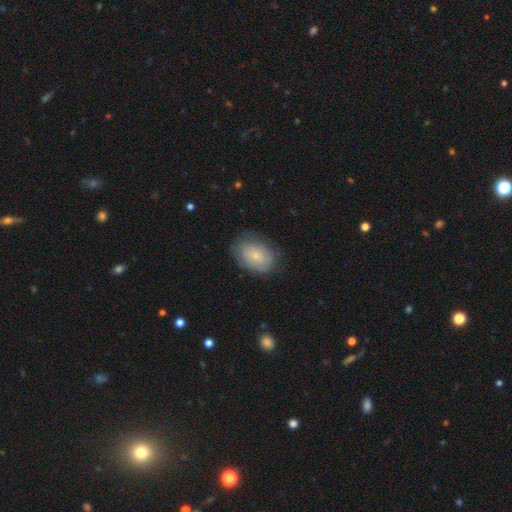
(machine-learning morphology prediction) Smooth or featured? Predicted: smooth (p=0.66). How rounded? Predicted: in between (p=0.79). Merging? Predicted: none (p=0.71).